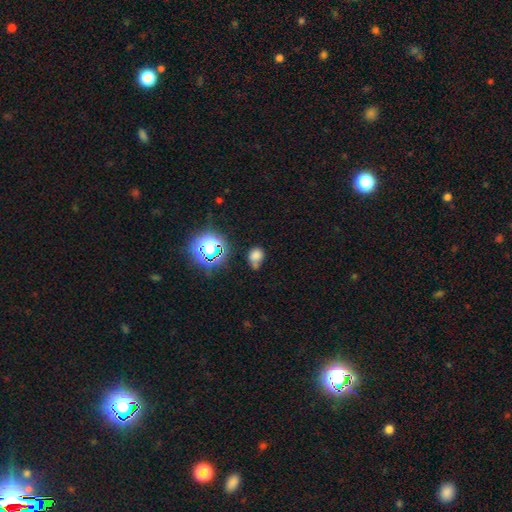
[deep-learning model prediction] Overall: smooth (71%). How rounded: round (63%; in between 36%). Merging: none (49%; minor disturbance 23%).